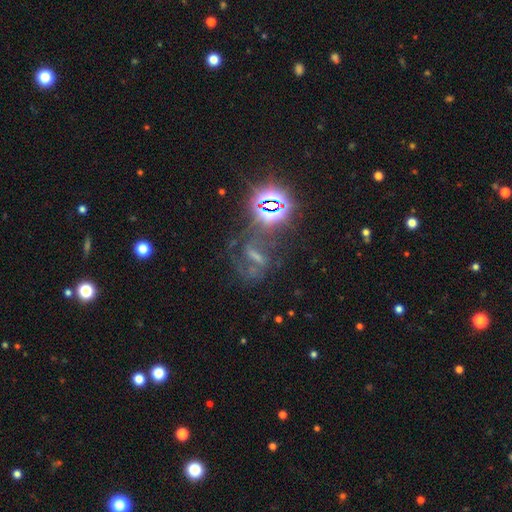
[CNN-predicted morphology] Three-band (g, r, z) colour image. It shows a star or artifact, not a galaxy (41%).